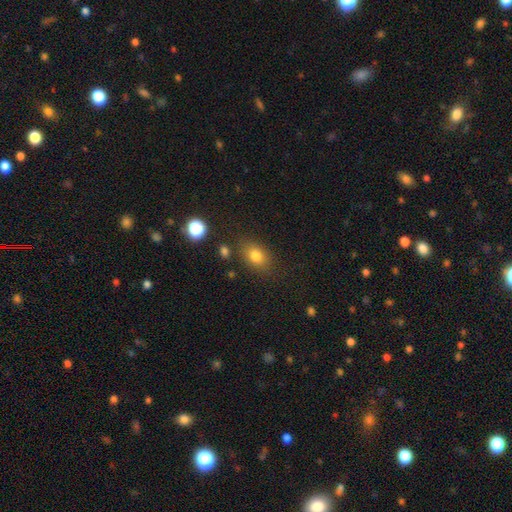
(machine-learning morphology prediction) Smooth or featured: smooth — 79% (star or artifact — 12%)
How rounded: in between — 71% (round — 27%)
Merging: none — 79% (minor disturbance — 13%)